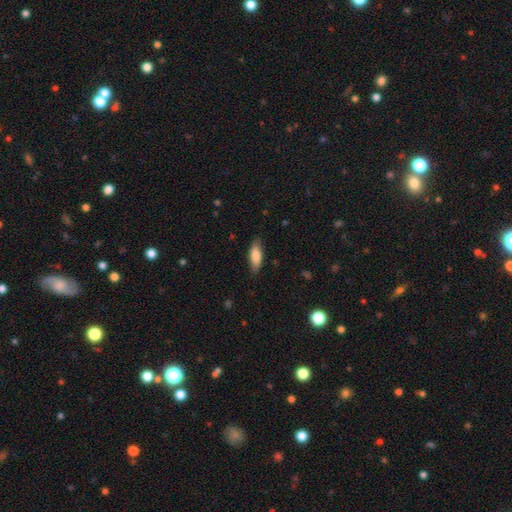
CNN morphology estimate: Overall: smooth (81%). How rounded: in between (68%; cigar-shaped 30%). Merging: none (82%).